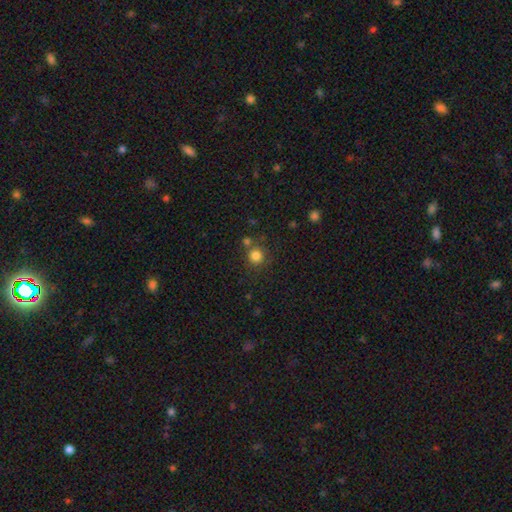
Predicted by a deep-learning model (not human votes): Overall: smooth (81%). How rounded: round (92%). Merging: none (72%).